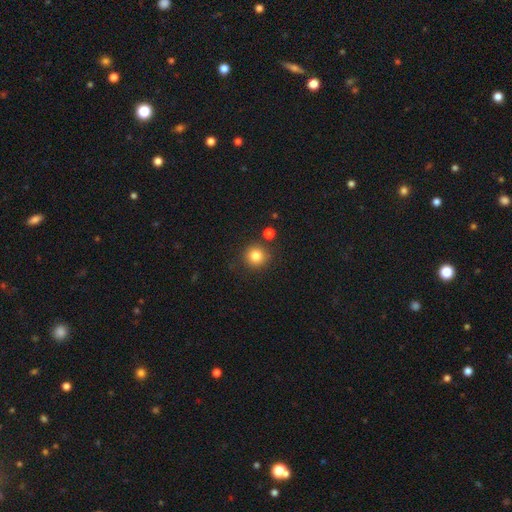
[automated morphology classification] smooth-or-featured: smooth: 82% | star or artifact: 12% | featured or disk: 6%
  how-rounded: round: 93% | in between: 6% | cigar-shaped: 1%
  merging: none: 84% | minor disturbance: 8% | merger: 6% | major disturbance: 3%